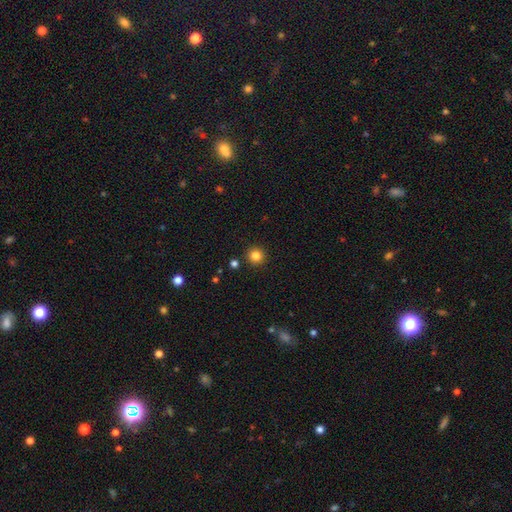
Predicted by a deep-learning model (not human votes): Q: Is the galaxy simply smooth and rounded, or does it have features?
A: smooth — 82%.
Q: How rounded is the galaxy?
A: round — 95%.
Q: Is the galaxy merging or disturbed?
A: none — 91%.